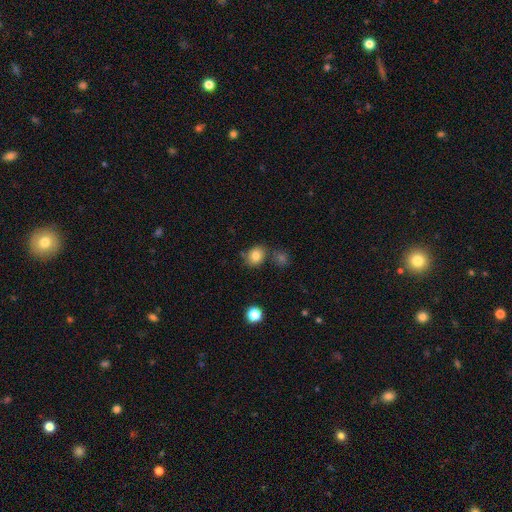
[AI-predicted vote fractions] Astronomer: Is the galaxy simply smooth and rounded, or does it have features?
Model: smooth — 81%.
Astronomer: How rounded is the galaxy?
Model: round — 57% (runner-up: in between, 42%).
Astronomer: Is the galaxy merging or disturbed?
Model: none — 71%.